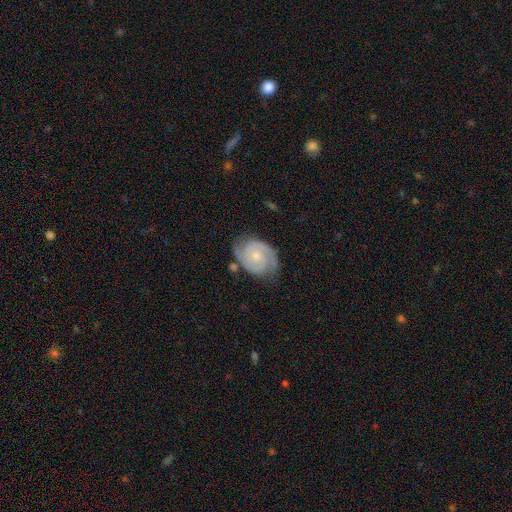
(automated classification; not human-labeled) This appears to be a featured or disk galaxy (85%) with no bar (68%), 2 (85%) tight (58%) spiral arms (97%) and a small central bulge (53%). Merging: none (74%).